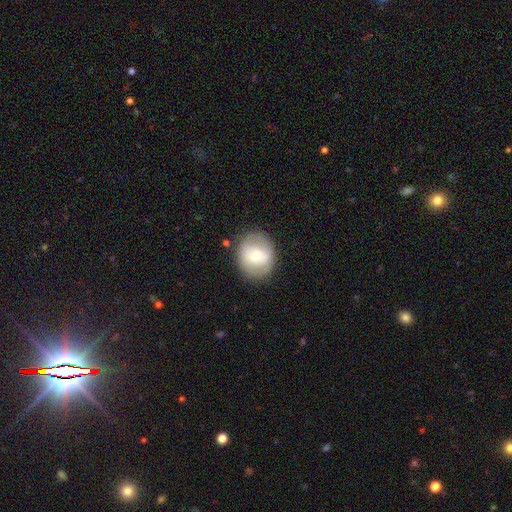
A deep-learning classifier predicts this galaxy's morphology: This appears to be a smooth galaxy with no disk features (58%) that is round (75%). Merging: none (82%).